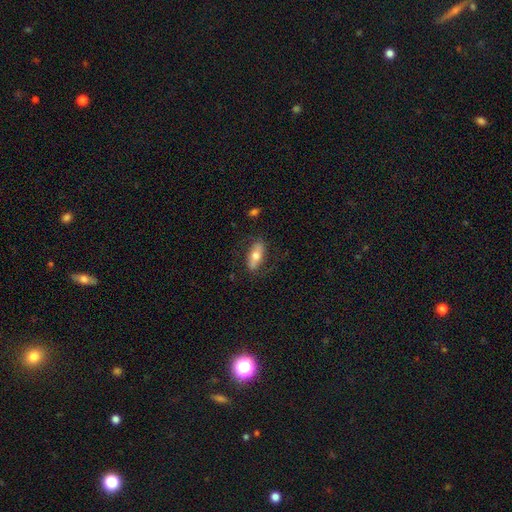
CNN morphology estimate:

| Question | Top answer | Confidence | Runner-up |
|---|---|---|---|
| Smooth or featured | smooth | 59% | featured or disk (35%) |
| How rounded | in between | 77% | cigar-shaped (19%) |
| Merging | none | 76% | minor disturbance (16%) |